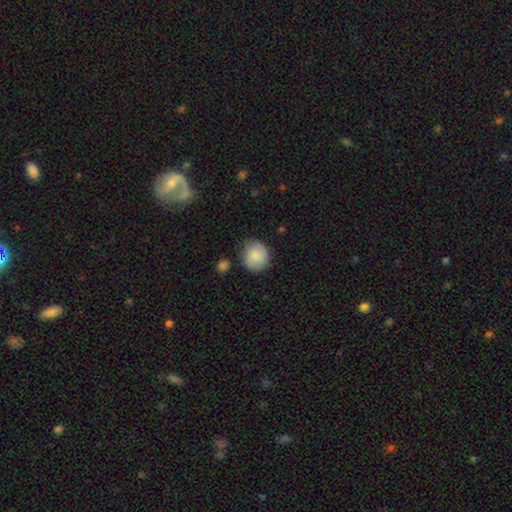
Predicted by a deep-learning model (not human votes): Smooth or featured?
  - smooth: 75% *
  - featured or disk: 18%
  - star or artifact: 7%
How rounded?
  - round: 86% *
  - in between: 13%
  - cigar-shaped: 1%
Merging?
  - none: 79% *
  - minor disturbance: 14%
  - major disturbance: 4%
  - merger: 3%